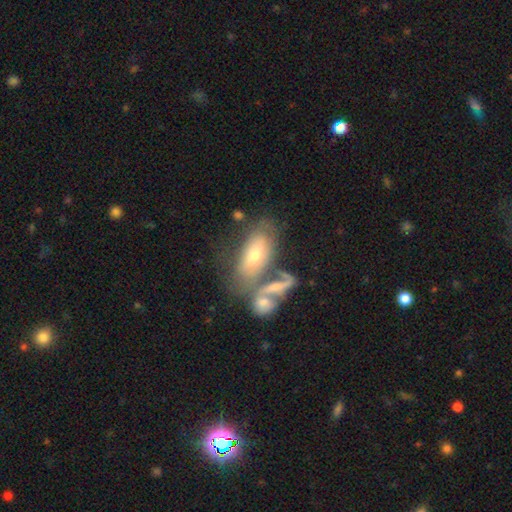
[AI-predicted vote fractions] Smooth or featured? smooth (53%)
How rounded? in between (86%)
Merging? merger (39%)